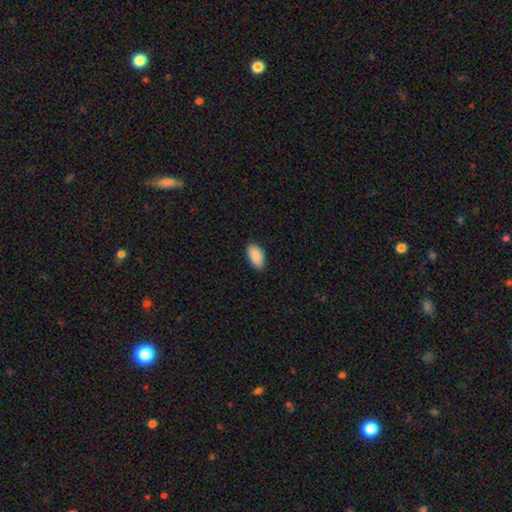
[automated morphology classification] A smooth galaxy with no disk features (89%) that is in between round and cigar-shaped (95%). Merging: none (86%).